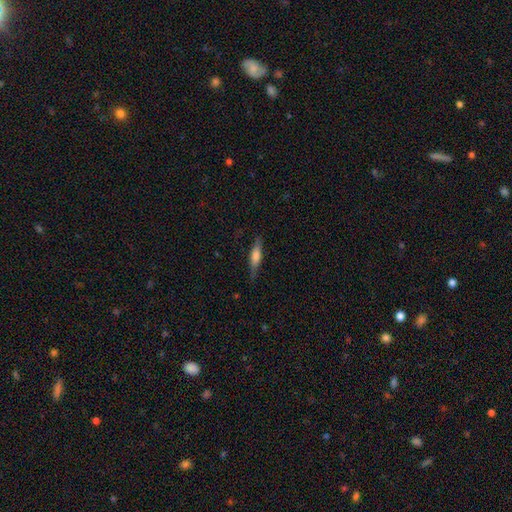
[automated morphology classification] Smooth or featured? Predicted: smooth (p=0.54). How rounded? Predicted: cigar-shaped (p=0.70). Merging? Predicted: none (p=0.79).